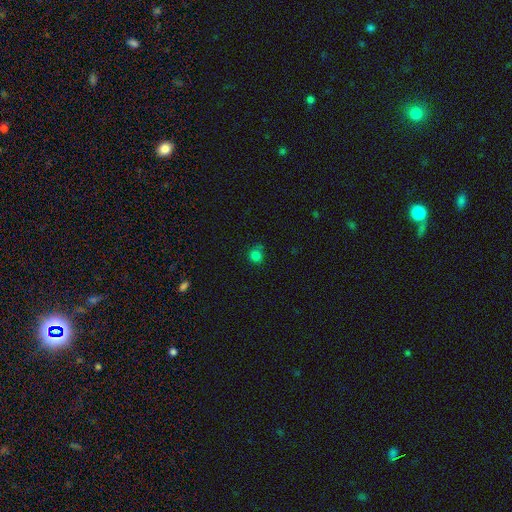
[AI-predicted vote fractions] Morphology: type=smooth (78%); roundness=round (84%); merging=none (65%).